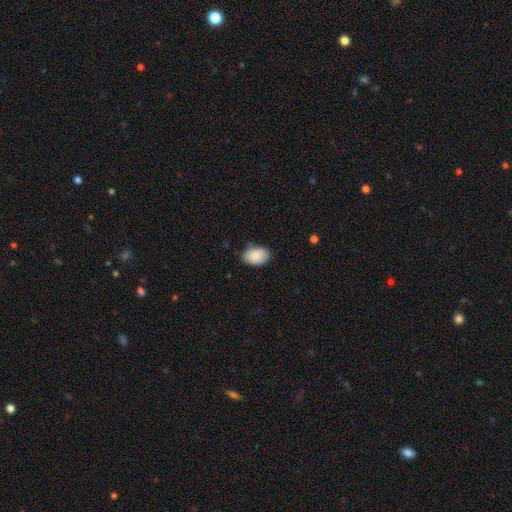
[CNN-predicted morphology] A smooth galaxy with no disk features (88%) that is in between round and cigar-shaped (90%). Merging: none (79%).